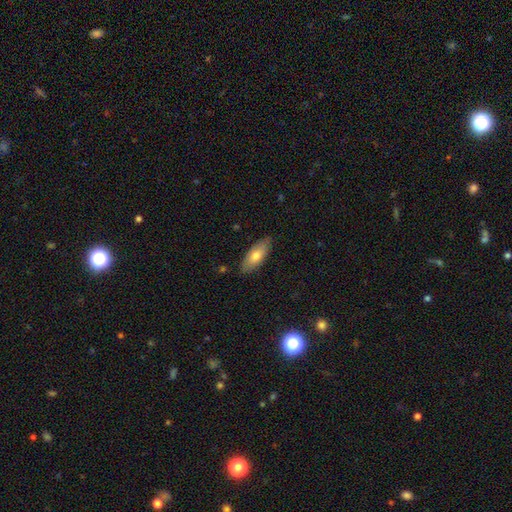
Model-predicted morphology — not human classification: smooth-or-featured: smooth: 72% | featured or disk: 22% | star or artifact: 6%
  how-rounded: in between: 77% | cigar-shaped: 21% | round: 2%
  merging: none: 84% | minor disturbance: 13% | major disturbance: 2% | merger: 1%